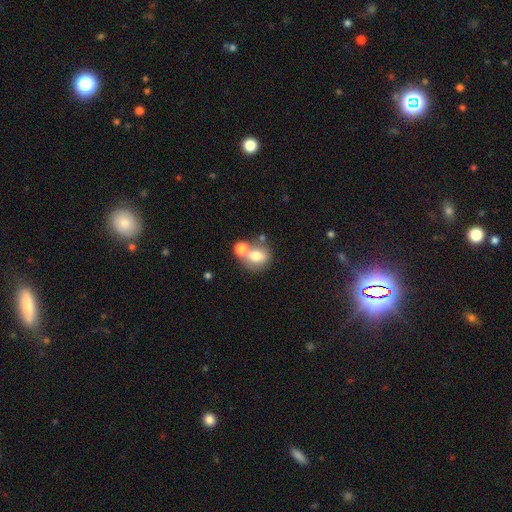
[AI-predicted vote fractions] A smooth galaxy with no disk features (72%) that is round (60%).

Vote fractions:
- Smooth or featured? smooth: 72% / featured or disk: 18% / star or artifact: 11%
- How rounded? round: 60% / in between: 39% / cigar-shaped: 1%
- Merging? none: 44% / merger: 40% / minor disturbance: 11% / major disturbance: 6%